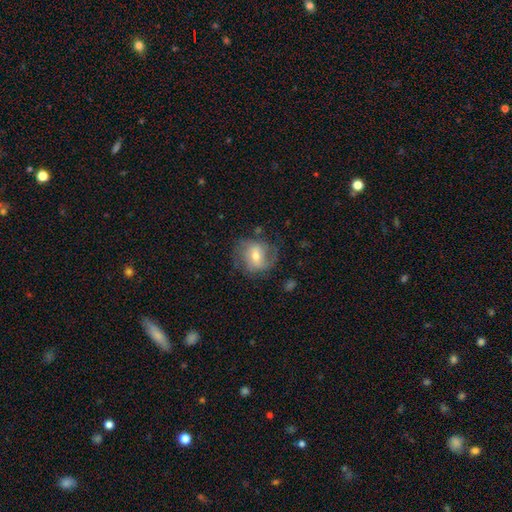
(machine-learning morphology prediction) smooth-or-featured: featured or disk: 59% | smooth: 34% | star or artifact: 7%
  disk-edge-on: no: 97% | yes: 3%
    bar: weak: 48% | no: 33% | strong: 19%
    has-spiral-arms: yes: 81% | no: 19%
    bulge-size: moderate: 59% | small: 33% | large: 5% | none: 2% | dominant: 1%
  merging: none: 62% | minor disturbance: 22% | major disturbance: 14% | merger: 2%